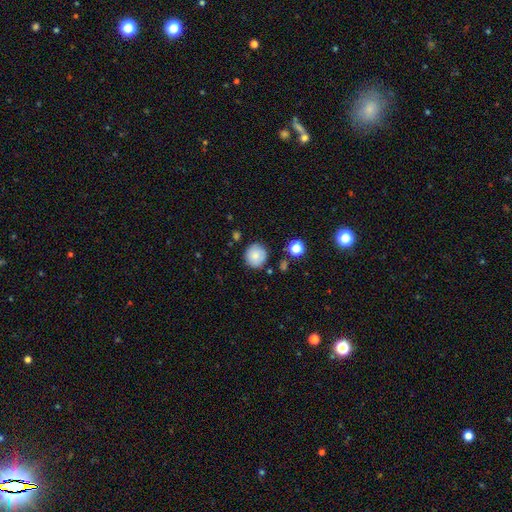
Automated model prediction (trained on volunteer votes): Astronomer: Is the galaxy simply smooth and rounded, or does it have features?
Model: smooth — 82%.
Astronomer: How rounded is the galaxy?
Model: round — 94%.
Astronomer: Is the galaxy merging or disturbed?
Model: none — 84%.